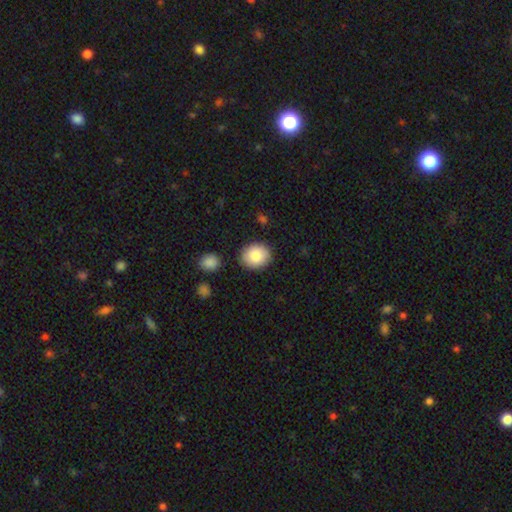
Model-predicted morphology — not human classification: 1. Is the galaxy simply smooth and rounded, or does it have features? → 85% smooth, 7% featured or disk, 7% star or artifact.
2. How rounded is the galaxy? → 65% round, 34% in between, 1% cigar-shaped.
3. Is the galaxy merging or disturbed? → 85% none, 10% minor disturbance, 3% merger, 2% major disturbance.